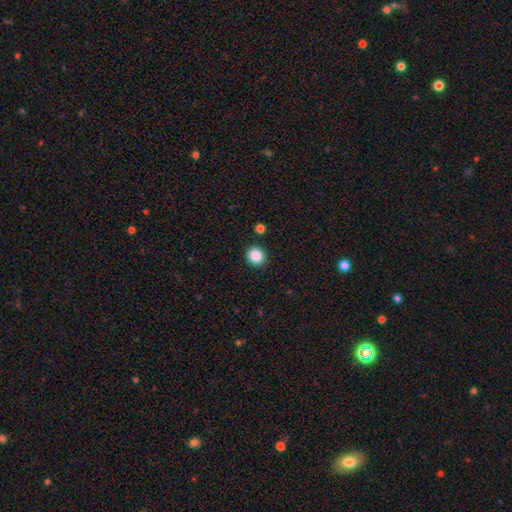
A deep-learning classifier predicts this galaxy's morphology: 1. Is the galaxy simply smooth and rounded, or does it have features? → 88% smooth, 9% star or artifact, 3% featured or disk.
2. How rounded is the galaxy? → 78% round, 21% in between, 1% cigar-shaped.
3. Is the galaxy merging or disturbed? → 89% none, 7% minor disturbance, 2% merger, 2% major disturbance.